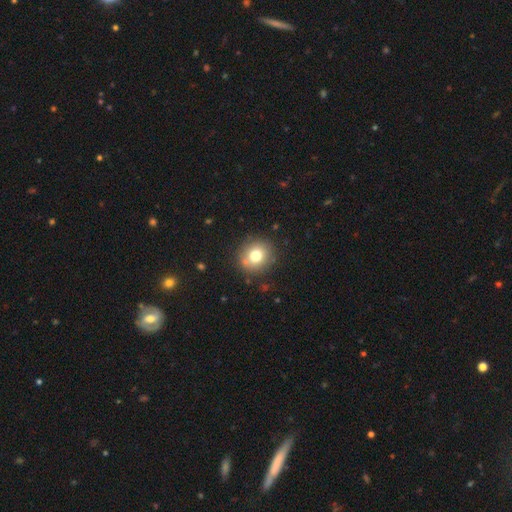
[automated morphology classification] A smooth galaxy with no disk features (75%) that is round (87%). Merging: none (85%).